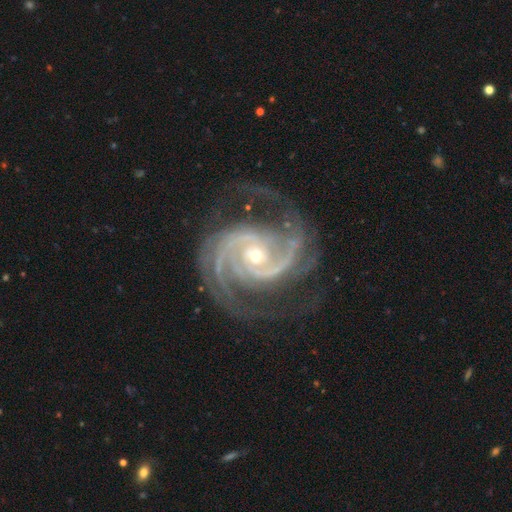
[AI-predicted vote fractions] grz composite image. It shows a featured or disk galaxy (94%) with no bar (58%), 2 (57%) tight (48%) spiral arms (99%) and a small central bulge (53%). Merging: none (71%).